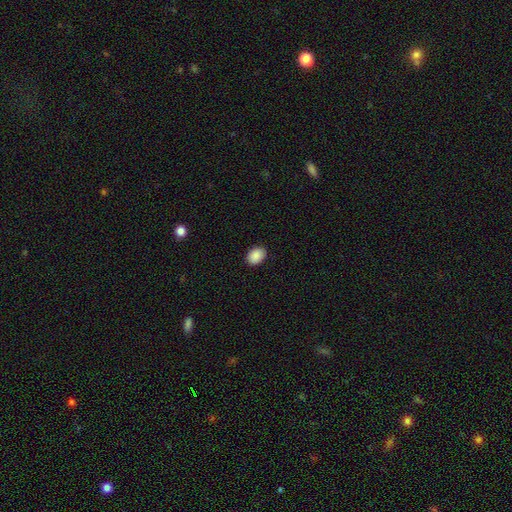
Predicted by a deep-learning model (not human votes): This is clearly a smooth galaxy (89%). How rounded: likely in between (75%). Merging: clearly none (90%).